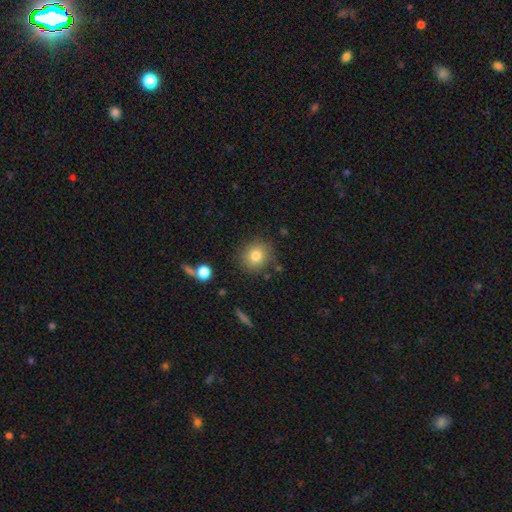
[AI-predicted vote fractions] smooth_or_featured: smooth (p=0.80) [alt: star or artifact p=0.11]
how_rounded: round (p=0.84) [alt: in between p=0.15]
merging: none (p=0.83) [alt: minor disturbance p=0.11]